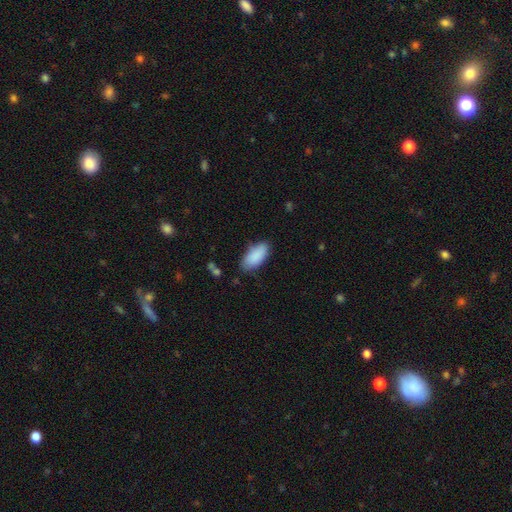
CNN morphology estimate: smooth-or-featured: smooth: 89% | star or artifact: 6% | featured or disk: 5%
  how-rounded: in between: 91% | cigar-shaped: 8% | round: 2%
  merging: none: 76% | minor disturbance: 18% | major disturbance: 3% | merger: 2%